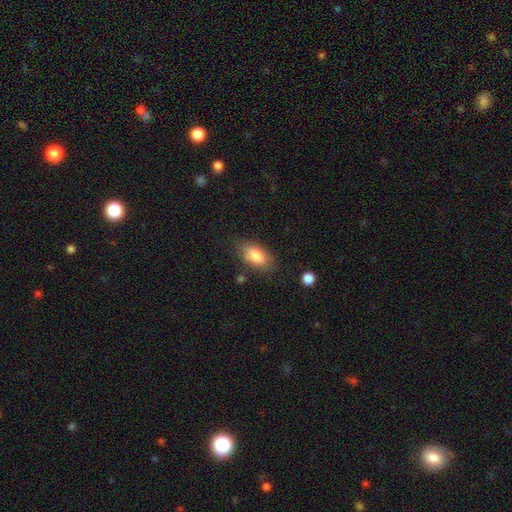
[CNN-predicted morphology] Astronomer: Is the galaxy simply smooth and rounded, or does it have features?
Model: smooth — 81%.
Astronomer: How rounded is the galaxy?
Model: in between — 89%.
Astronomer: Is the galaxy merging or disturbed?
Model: none — 74%.